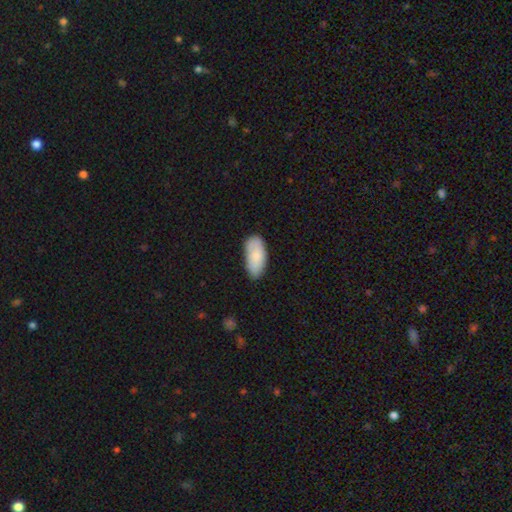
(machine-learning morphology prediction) smooth_or_featured: smooth (p=0.83) [alt: featured or disk p=0.11]
how_rounded: in between (p=0.92) [alt: cigar-shaped p=0.06]
merging: none (p=0.71) [alt: minor disturbance p=0.24]